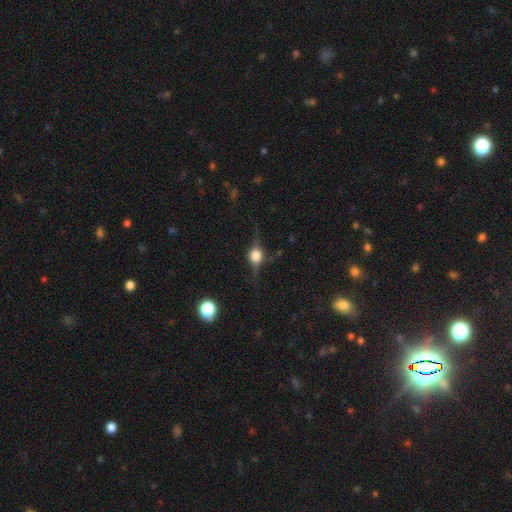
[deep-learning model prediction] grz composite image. It shows a featured or disk galaxy (64%) viewed edge-on (95%) with a rounded central bulge (94%). Merging: none (78%).